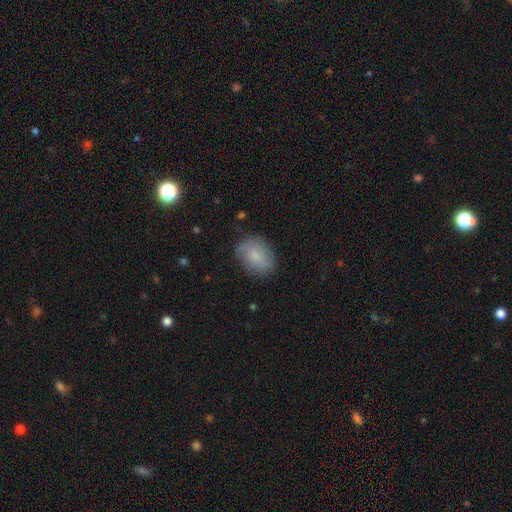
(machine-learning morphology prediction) Smooth or featured?
  - smooth: 69% *
  - featured or disk: 23%
  - star or artifact: 8%
How rounded?
  - in between: 71% *
  - round: 27%
  - cigar-shaped: 1%
Merging?
  - none: 76% *
  - minor disturbance: 18%
  - major disturbance: 5%
  - merger: 1%